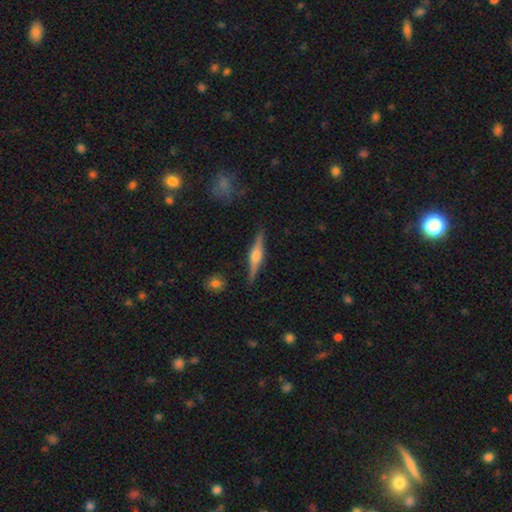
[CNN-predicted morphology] Smooth or featured: featured or disk — 74% (smooth — 20%)
Edge-on disk: yes — 98% (no — 2%)
Edge-on bulge: rounded — 87% (boxy — 10%)
Merging: none — 88% (minor disturbance — 8%)